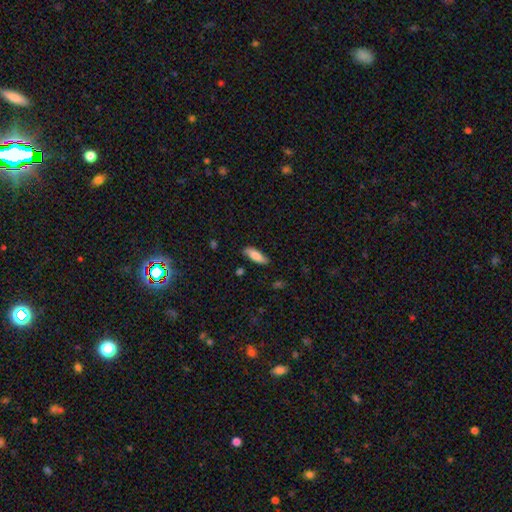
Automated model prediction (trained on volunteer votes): Smooth or featured?
  - smooth: 82% *
  - featured or disk: 12%
  - star or artifact: 6%
How rounded?
  - in between: 60% *
  - cigar-shaped: 38%
  - round: 2%
Merging?
  - none: 82% *
  - minor disturbance: 14%
  - major disturbance: 3%
  - merger: 2%